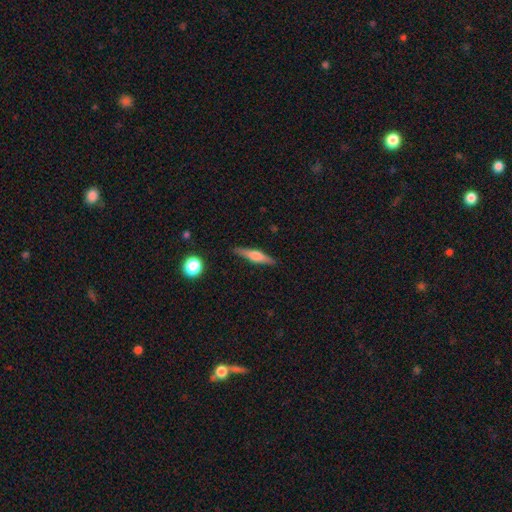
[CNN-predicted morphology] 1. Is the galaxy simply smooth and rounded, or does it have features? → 53% featured or disk, 40% smooth, 7% star or artifact.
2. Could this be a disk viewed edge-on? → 96% yes, 4% no.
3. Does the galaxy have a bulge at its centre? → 80% rounded, 14% boxy, 6% none.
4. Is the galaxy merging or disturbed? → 86% none, 10% minor disturbance, 2% major disturbance, 2% merger.